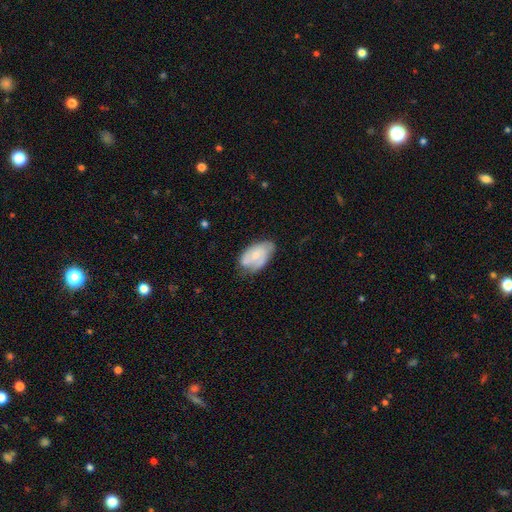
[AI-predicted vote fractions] A featured or disk galaxy (52%) with no bar (68%), spiral arms (81%) and a small central bulge (56%). Merging: none (58%).